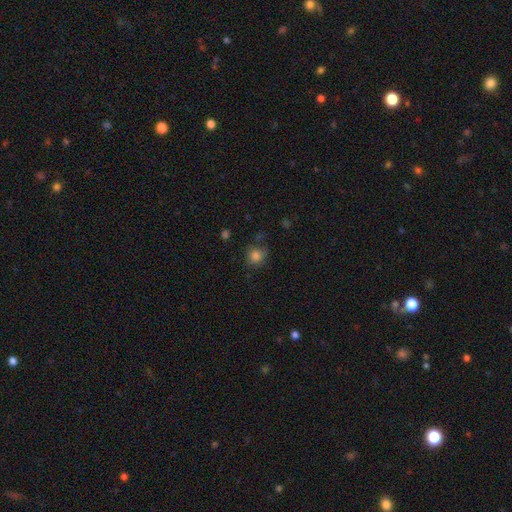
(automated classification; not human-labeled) A smooth galaxy with no disk features (82%) that is round (85%). Merging: none (67%).